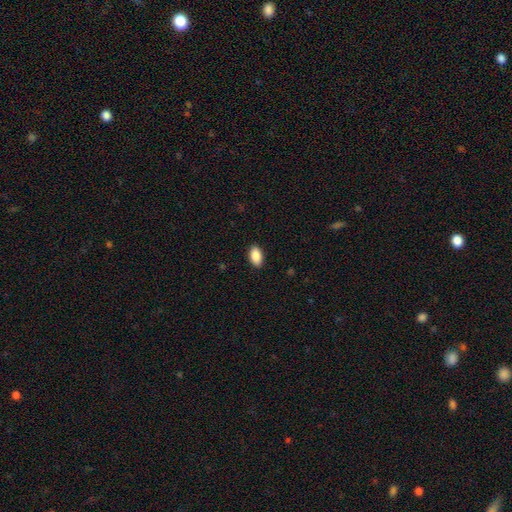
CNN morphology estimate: Smooth or featured?
  - smooth: 89% *
  - star or artifact: 7%
  - featured or disk: 4%
How rounded?
  - in between: 94% *
  - round: 4%
  - cigar-shaped: 2%
Merging?
  - none: 90% *
  - minor disturbance: 8%
  - major disturbance: 2%
  - merger: 1%